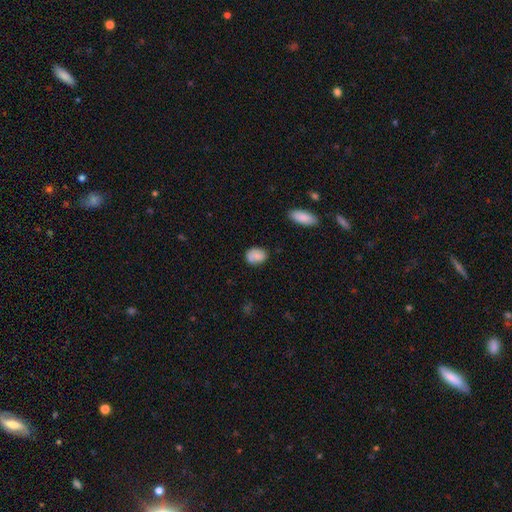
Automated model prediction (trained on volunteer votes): Overall: smooth (82%). How rounded: in between (71%). Merging: none (65%).